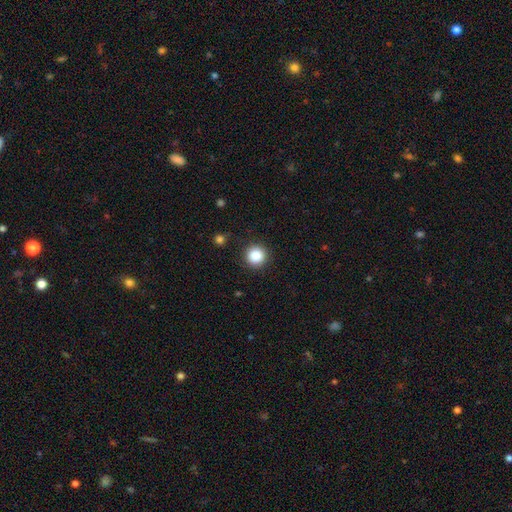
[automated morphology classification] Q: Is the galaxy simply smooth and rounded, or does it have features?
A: smooth — 86%.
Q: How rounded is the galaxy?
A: round — 95%.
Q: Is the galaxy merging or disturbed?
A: none — 90%.